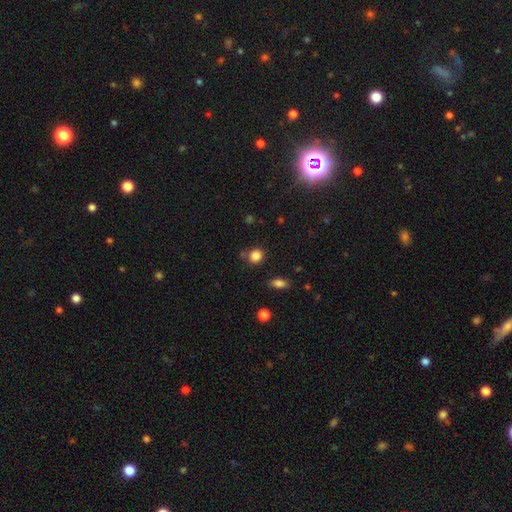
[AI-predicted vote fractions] Smooth or featured?
  - smooth: 84% *
  - star or artifact: 12%
  - featured or disk: 4%
How rounded?
  - round: 79% *
  - in between: 20%
  - cigar-shaped: 1%
Merging?
  - none: 77% *
  - minor disturbance: 13%
  - merger: 7%
  - major disturbance: 3%